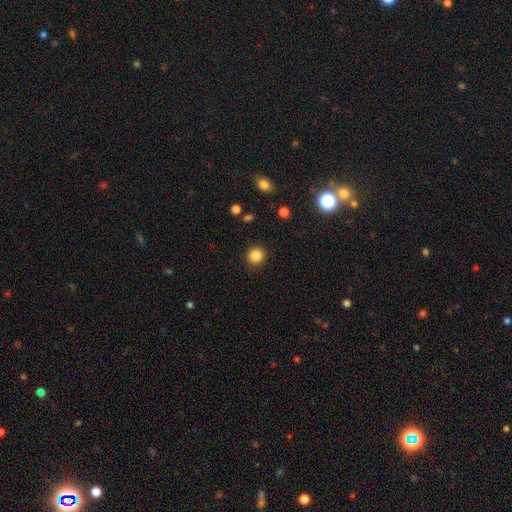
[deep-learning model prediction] Smooth or featured?
  - smooth: 85% *
  - star or artifact: 11%
  - featured or disk: 4%
How rounded?
  - round: 92% *
  - in between: 7%
  - cigar-shaped: 1%
Merging?
  - none: 91% *
  - minor disturbance: 6%
  - major disturbance: 2%
  - merger: 1%